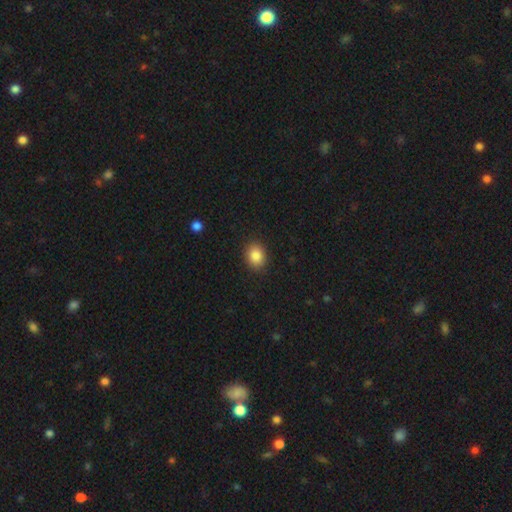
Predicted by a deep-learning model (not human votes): A smooth galaxy with no disk features (86%) that is in between round and cigar-shaped (50%, tied with round). Merging: none (90%).